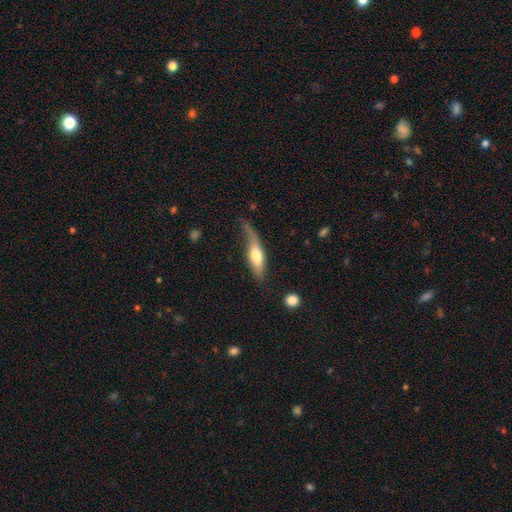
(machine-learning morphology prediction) type=smooth (54%); roundness=cigar-shaped (59%); merging=none (41%).